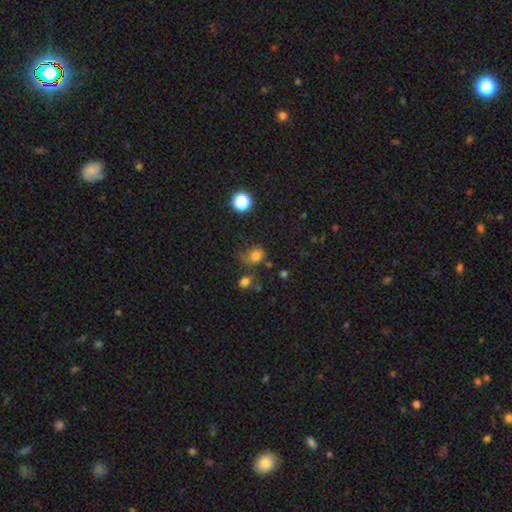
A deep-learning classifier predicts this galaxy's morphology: This is likely a smooth galaxy (77%). How rounded: possibly round (55%). Merging: possibly none (47%).